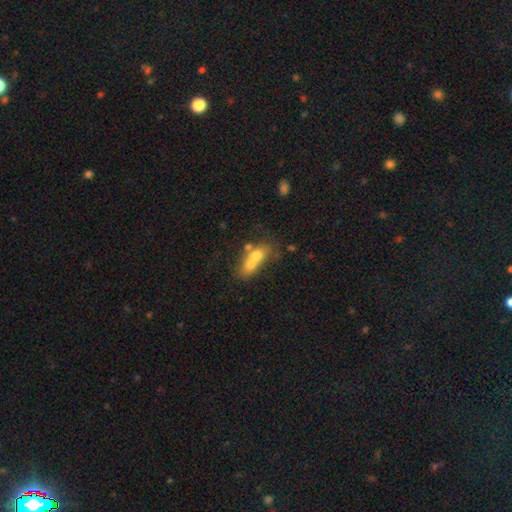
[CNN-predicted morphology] Q: Smooth or featured?
A: smooth (61%); runner-up: featured or disk (29%)
Q: How rounded?
A: in between (63%); runner-up: round (24%)
Q: Merging?
A: merger (65%); runner-up: none (21%)